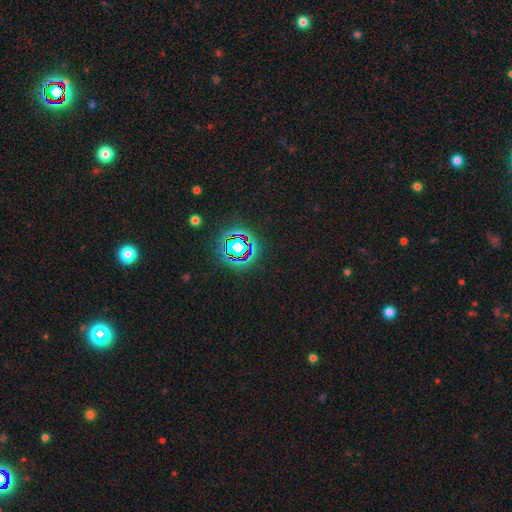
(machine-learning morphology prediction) Overall: star or artifact (74%).